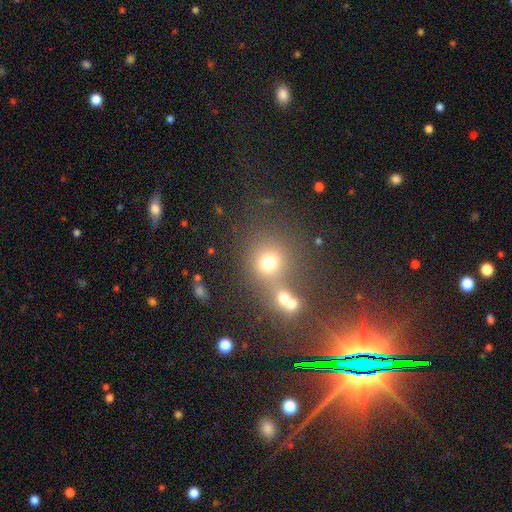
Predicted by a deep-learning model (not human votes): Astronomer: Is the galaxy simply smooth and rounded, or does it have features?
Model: star or artifact — 49% (runner-up: smooth, 39%).